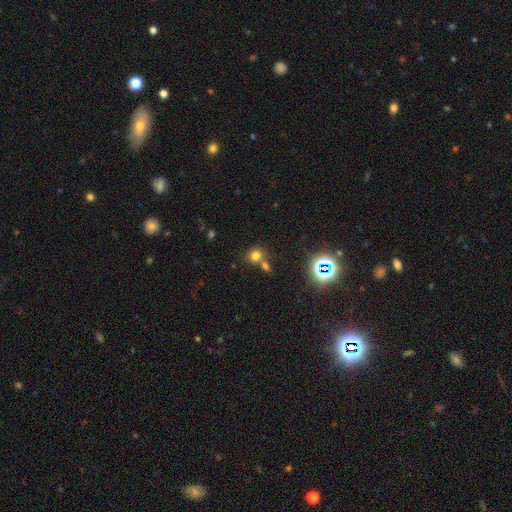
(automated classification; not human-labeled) Morphology: type=smooth (69%); roundness=round (70%); merging=none (51%).